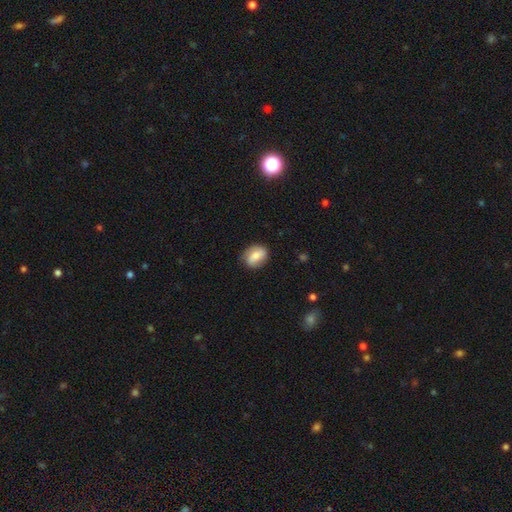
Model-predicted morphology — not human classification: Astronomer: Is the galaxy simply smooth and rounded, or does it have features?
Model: smooth — 73%.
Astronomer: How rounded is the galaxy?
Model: in between — 52% (runner-up: round, 46%).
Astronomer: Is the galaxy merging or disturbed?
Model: none — 78%.